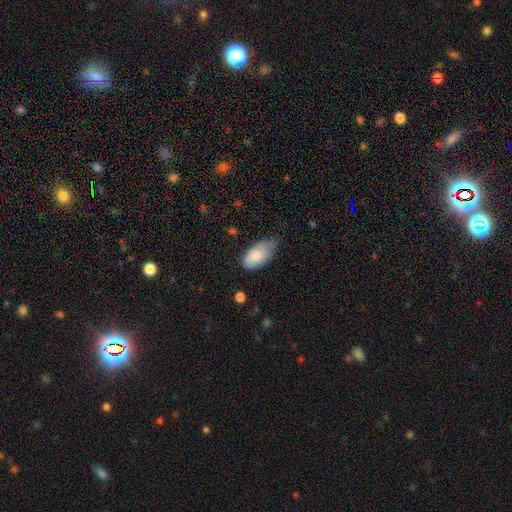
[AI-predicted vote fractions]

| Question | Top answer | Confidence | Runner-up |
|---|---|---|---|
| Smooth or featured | smooth | 80% | featured or disk (13%) |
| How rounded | in between | 94% | round (3%) |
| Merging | minor disturbance | 44% | tied: none (44%) |